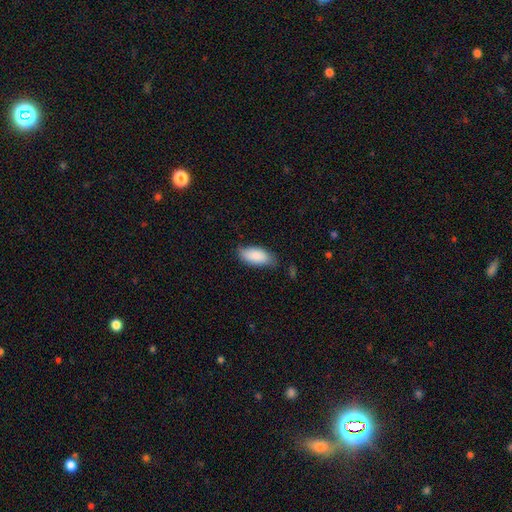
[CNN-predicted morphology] A smooth galaxy with no disk features (88%) that is in between round and cigar-shaped (89%).

Vote fractions:
- Smooth or featured? smooth: 88% / featured or disk: 6% / star or artifact: 6%
- How rounded? in between: 89% / cigar-shaped: 9% / round: 2%
- Merging? none: 71% / minor disturbance: 23% / major disturbance: 4% / merger: 1%